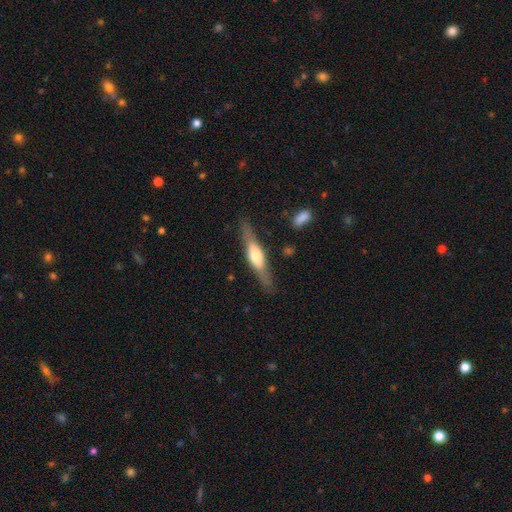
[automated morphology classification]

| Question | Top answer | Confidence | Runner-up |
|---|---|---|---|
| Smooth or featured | featured or disk | 60% | smooth (35%) |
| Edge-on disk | yes | 89% | no (11%) |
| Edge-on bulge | rounded | 83% | boxy (12%) |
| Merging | none | 80% | minor disturbance (13%) |